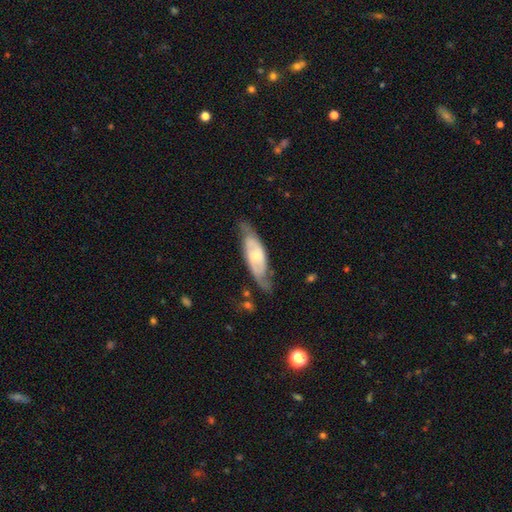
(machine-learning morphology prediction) A featured or disk galaxy (68%) with no bar (46%), spiral arms (80%) and a small central bulge (51%). Merging: none (65%).